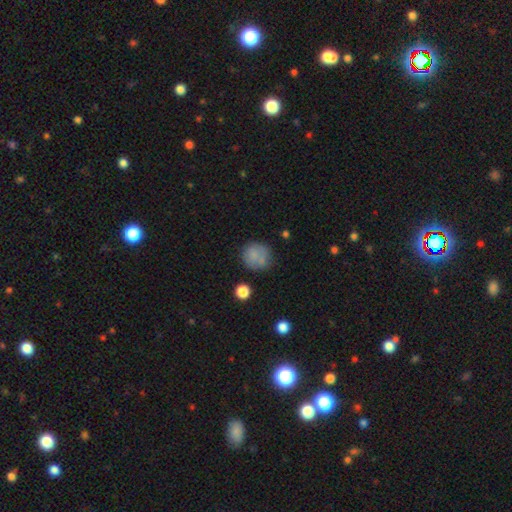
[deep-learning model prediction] smooth 77%, featured or disk 13%, star or artifact 10%. Down the decision tree: how rounded — round (87%); merging — none (64%).